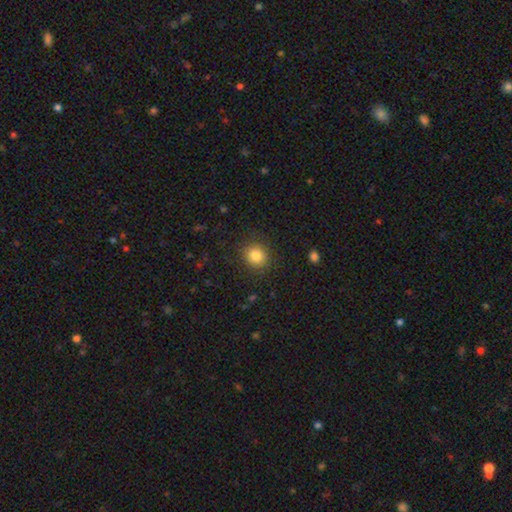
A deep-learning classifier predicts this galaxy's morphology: type=smooth (84%); roundness=round (84%); merging=none (88%).